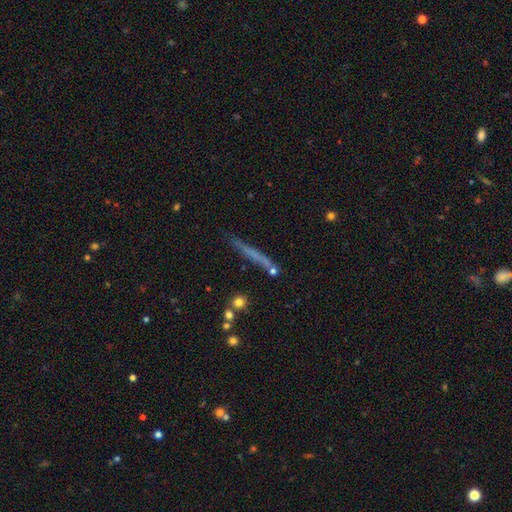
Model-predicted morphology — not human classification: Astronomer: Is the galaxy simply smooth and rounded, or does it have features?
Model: smooth — 51% (runner-up: featured or disk, 39%).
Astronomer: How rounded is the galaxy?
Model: cigar-shaped — 94%.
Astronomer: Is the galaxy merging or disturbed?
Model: none — 78%.